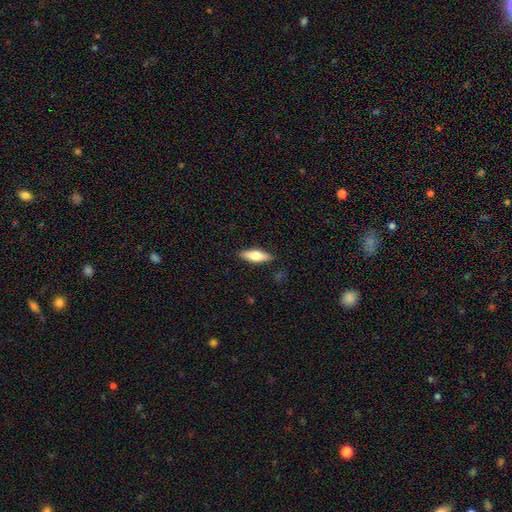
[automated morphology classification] Smooth or featured? smooth (62%)
How rounded? in between (56%)
Merging? none (88%)